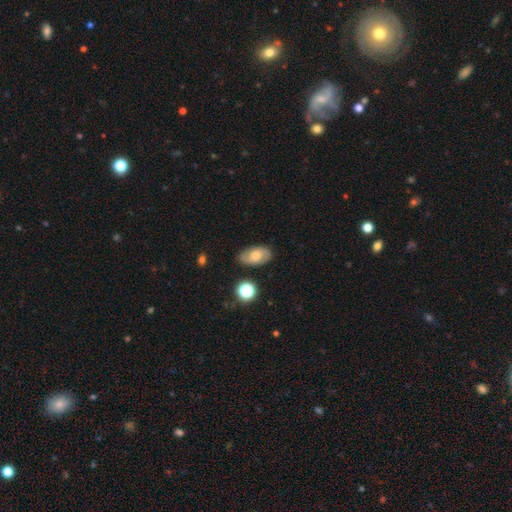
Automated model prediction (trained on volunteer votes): smooth 47%, featured or disk 44%, star or artifact 9%. Down the decision tree: merging — none (80%).